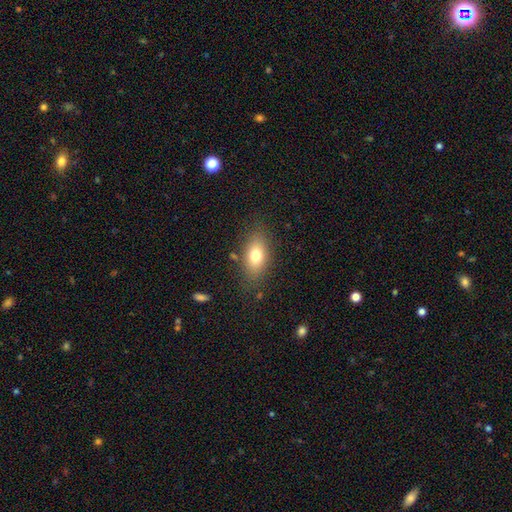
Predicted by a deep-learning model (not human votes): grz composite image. It shows a smooth galaxy with no disk features (74%) that is in between round and cigar-shaped (84%). Merging: none (80%).